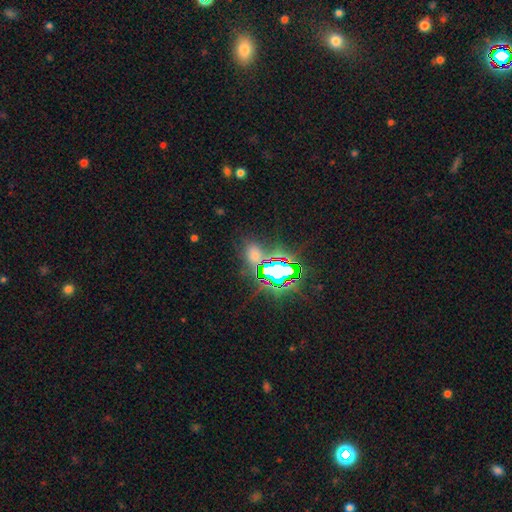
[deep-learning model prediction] Overall: star or artifact (61%; smooth 29%).